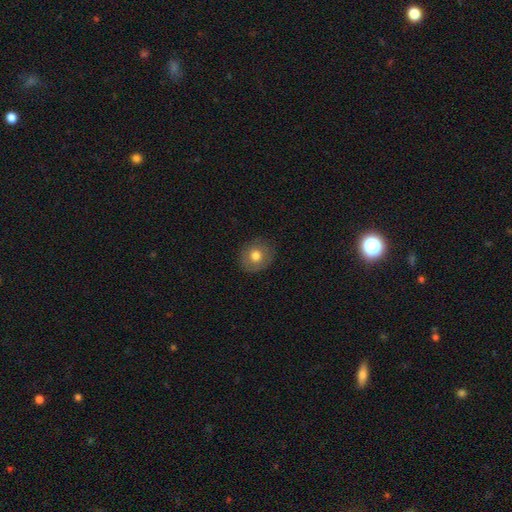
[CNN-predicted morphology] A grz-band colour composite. It shows a smooth galaxy with no disk features (73%) that is round (75%). Merging: none (85%).